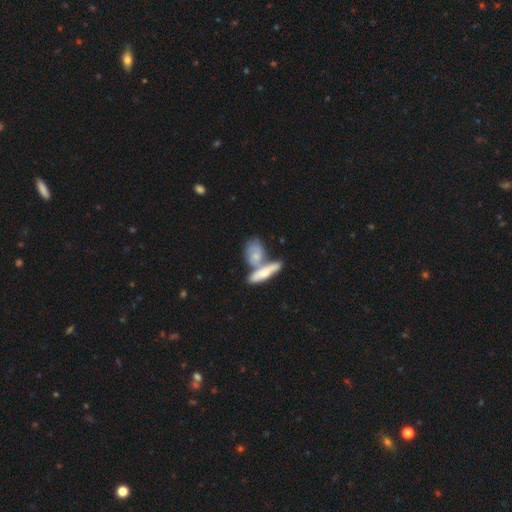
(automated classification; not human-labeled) Smooth or featured? Predicted: smooth (p=0.58). How rounded? Predicted: in between (p=0.61). Merging? Predicted: merger (p=0.49).